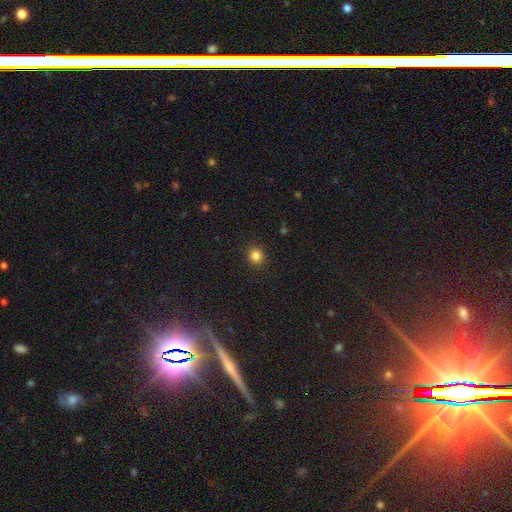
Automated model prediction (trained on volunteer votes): A smooth galaxy with no disk features (83%) that is round (90%).

Vote fractions:
- Smooth or featured? smooth: 83% / star or artifact: 12% / featured or disk: 4%
- How rounded? round: 90% / in between: 9% / cigar-shaped: 1%
- Merging? none: 92% / minor disturbance: 5% / major disturbance: 2% / merger: 1%